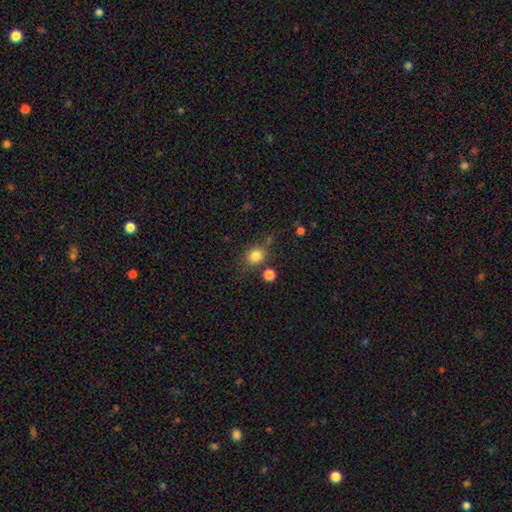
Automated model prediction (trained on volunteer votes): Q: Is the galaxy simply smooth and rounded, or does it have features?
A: smooth — 83%.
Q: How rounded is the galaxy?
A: round — 64%.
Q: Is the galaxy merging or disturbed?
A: none — 71%.